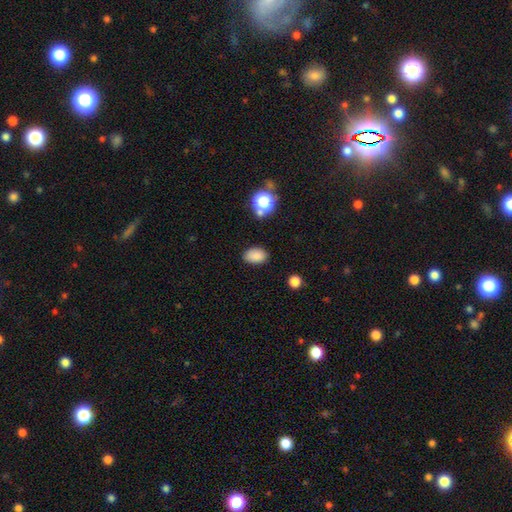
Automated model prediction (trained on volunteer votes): Smooth or featured? Predicted: smooth (p=0.84). How rounded? Predicted: in between (p=0.85). Merging? Predicted: none (p=0.82).